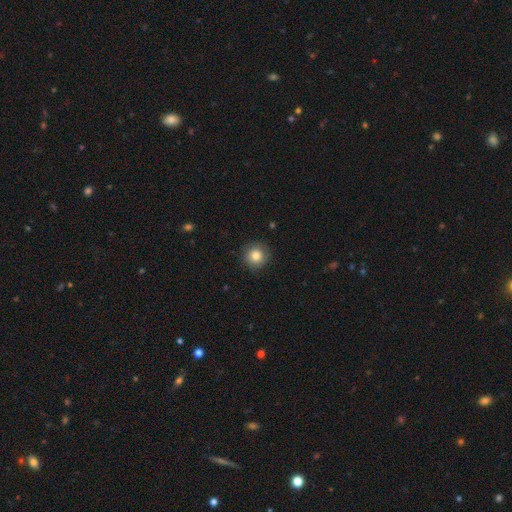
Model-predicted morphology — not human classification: Smooth or featured: smooth — 83% (star or artifact — 9%)
How rounded: round — 94% (in between — 5%)
Merging: none — 88% (minor disturbance — 9%)